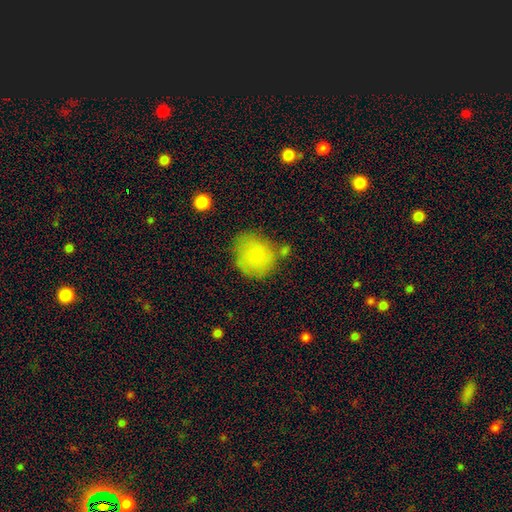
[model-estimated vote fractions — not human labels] Morphology: type=smooth (79%); roundness=round (81%); merging=none (59%).